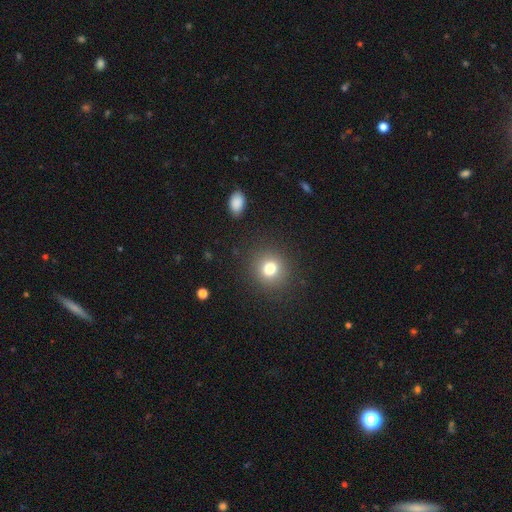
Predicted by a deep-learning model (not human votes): smooth_or_featured: smooth (p=0.68) [alt: star or artifact p=0.26]
how_rounded: round (p=0.91) [alt: in between p=0.08]
merging: none (p=0.92) [alt: minor disturbance p=0.05]